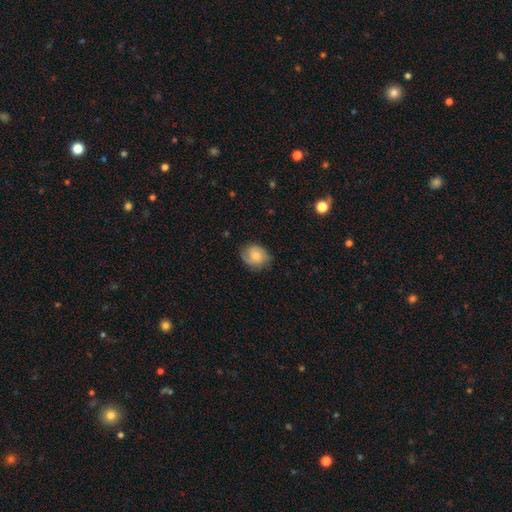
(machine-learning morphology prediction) smooth_or_featured: smooth (p=0.61) [alt: featured or disk p=0.31]
how_rounded: round (p=0.60) [alt: in between p=0.39]
merging: none (p=0.70) [alt: minor disturbance p=0.22]